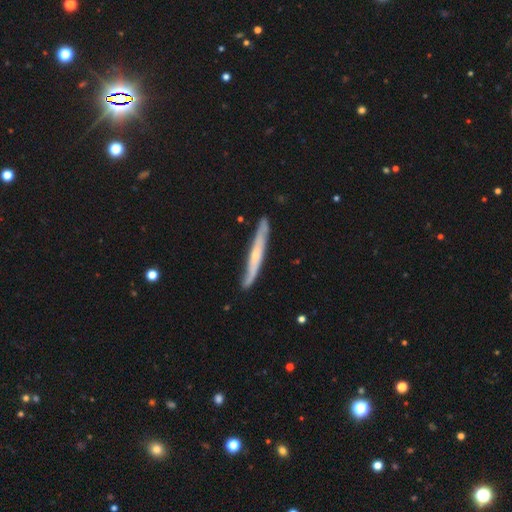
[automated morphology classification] smooth-or-featured: featured or disk: 63% | smooth: 32% | star or artifact: 5%
  disk-edge-on: yes: 84% | no: 16%
    edge-on-bulge: rounded: 47% (tied) | none: 47% (tied) | boxy: 6%
  merging: none: 82% | minor disturbance: 14% | major disturbance: 2% | merger: 2%